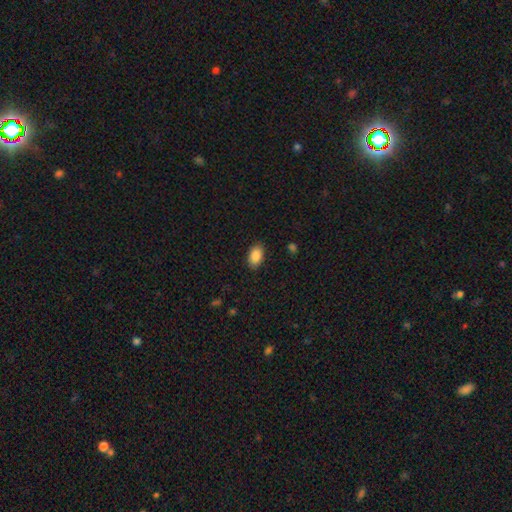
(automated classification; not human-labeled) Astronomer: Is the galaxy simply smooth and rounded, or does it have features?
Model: smooth — 89%.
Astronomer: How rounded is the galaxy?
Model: in between — 92%.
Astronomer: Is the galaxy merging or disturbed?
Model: none — 87%.